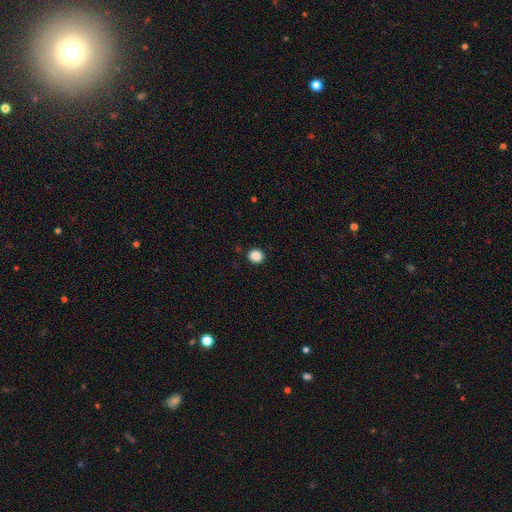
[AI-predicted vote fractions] Overall: smooth (88%). How rounded: round (80%). Merging: none (90%).